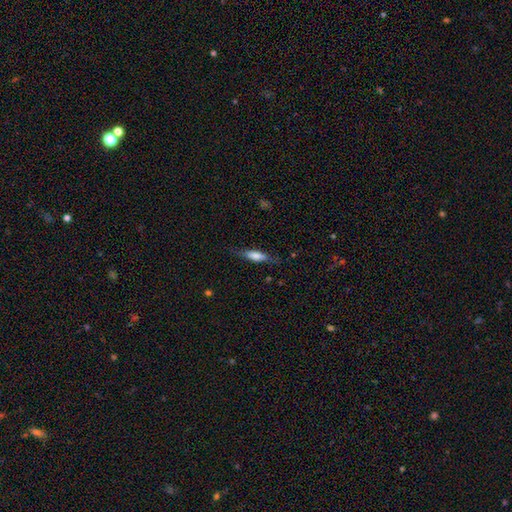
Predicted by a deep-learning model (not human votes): smooth 66%, featured or disk 27%, star or artifact 7%. Down the decision tree: how rounded — cigar-shaped (60%); merging — none (75%).